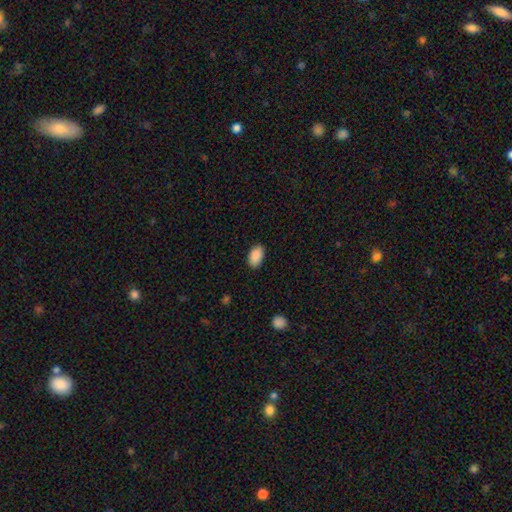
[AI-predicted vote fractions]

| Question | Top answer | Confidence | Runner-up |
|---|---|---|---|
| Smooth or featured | smooth | 90% | star or artifact (7%) |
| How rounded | in between | 93% | round (6%) |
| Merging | none | 86% | minor disturbance (10%) |